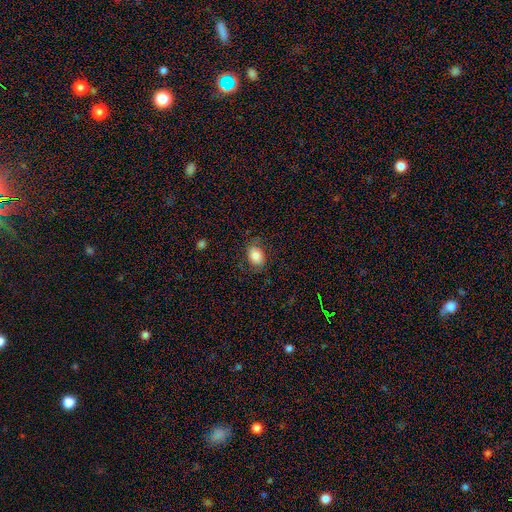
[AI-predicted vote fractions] A smooth galaxy with no disk features (79%) that is in between round and cigar-shaped (74%).

Vote fractions:
- Smooth or featured? smooth: 79% / featured or disk: 12% / star or artifact: 9%
- How rounded? in between: 74% / round: 25% / cigar-shaped: 1%
- Merging? none: 74% / minor disturbance: 18% / major disturbance: 7% / merger: 1%